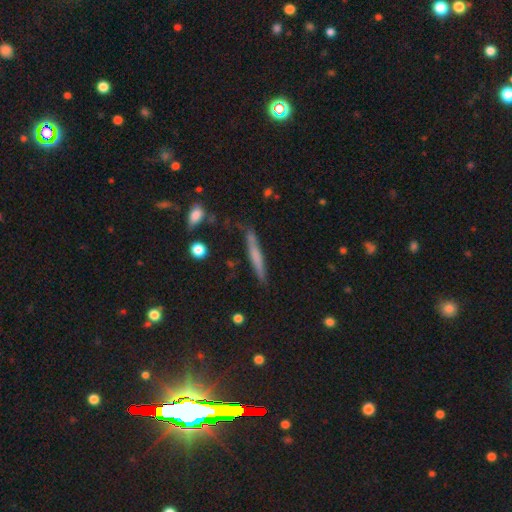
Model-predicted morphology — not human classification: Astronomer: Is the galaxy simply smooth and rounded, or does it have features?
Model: smooth — 53% (runner-up: featured or disk, 38%).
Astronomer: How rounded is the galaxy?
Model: cigar-shaped — 94%.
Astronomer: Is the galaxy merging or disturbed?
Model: none — 80%.